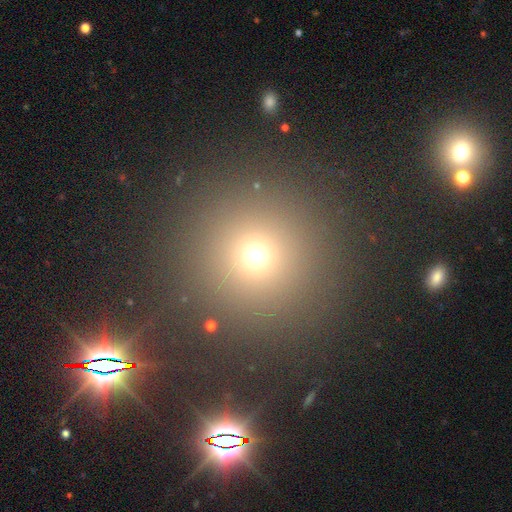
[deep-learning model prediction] Smooth or featured? smooth (66%)
How rounded? round (95%)
Merging? none (88%)